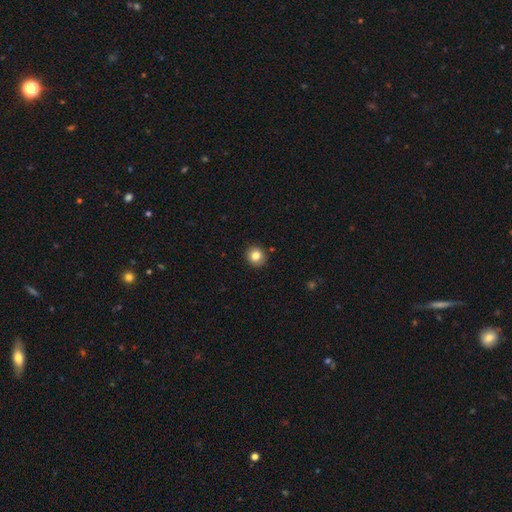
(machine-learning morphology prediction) Smooth or featured? Predicted: smooth (p=0.83). How rounded? Predicted: round (p=0.89). Merging? Predicted: none (p=0.91).